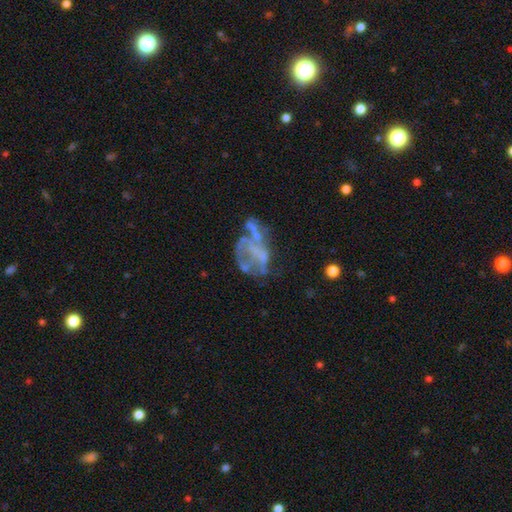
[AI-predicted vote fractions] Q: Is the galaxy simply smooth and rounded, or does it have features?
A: featured or disk — 65%.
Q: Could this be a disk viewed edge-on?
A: no — 98%.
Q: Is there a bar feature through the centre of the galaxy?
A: no — 83%.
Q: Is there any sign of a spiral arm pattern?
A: no — 82%.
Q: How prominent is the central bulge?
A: none — 75%.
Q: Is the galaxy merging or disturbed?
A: major disturbance — 37%.